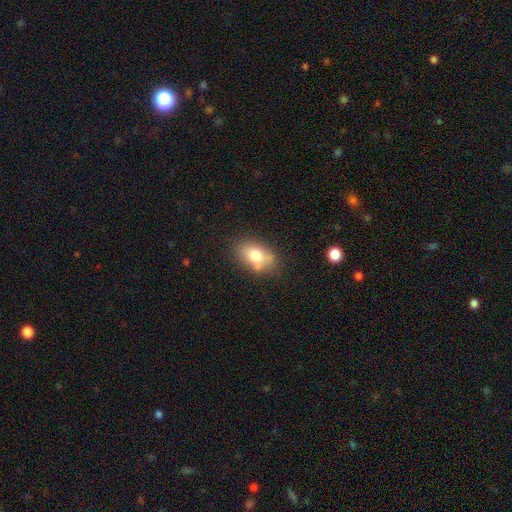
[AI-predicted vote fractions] This appears to be a smooth galaxy with no disk features (74%) that is in between round and cigar-shaped (85%). Merging: none (63%).